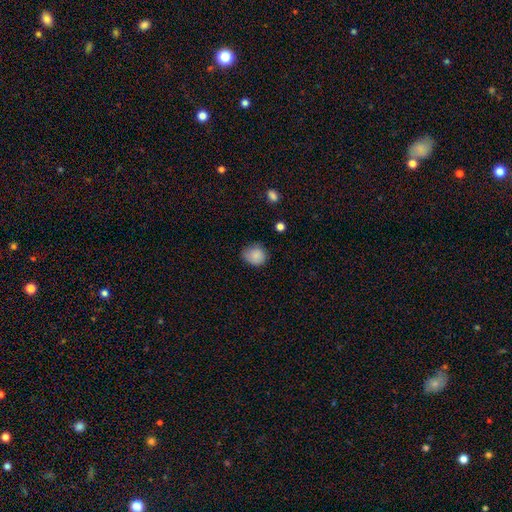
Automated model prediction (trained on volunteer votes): This is clearly a smooth galaxy (85%). How rounded: likely round (73%). Merging: likely none (64%).